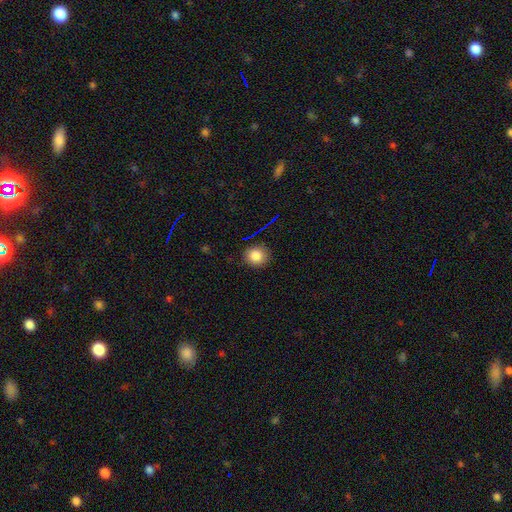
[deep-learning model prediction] Morphology: type=smooth (83%); roundness=round (83%); merging=none (85%).